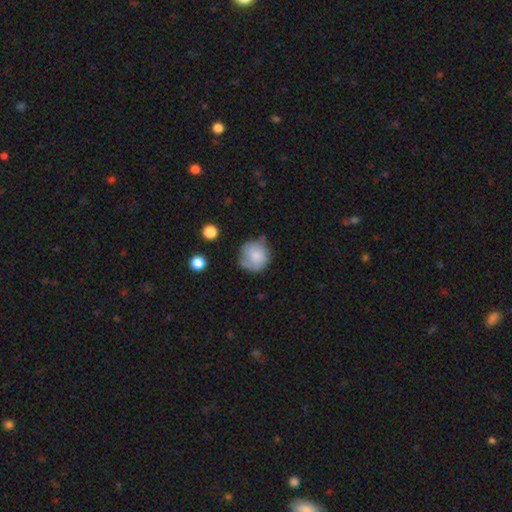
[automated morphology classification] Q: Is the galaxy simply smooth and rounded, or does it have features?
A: smooth — 74%.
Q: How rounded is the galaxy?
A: round — 87%.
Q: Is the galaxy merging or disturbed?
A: none — 51%.